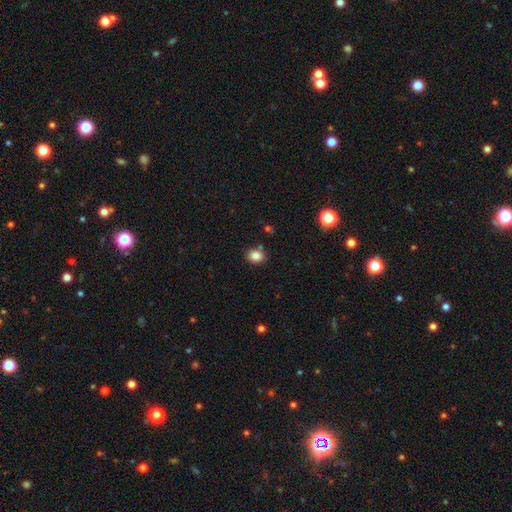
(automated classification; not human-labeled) A smooth galaxy with no disk features (84%) that is round (51%).

Vote fractions:
- Smooth or featured? smooth: 84% / star or artifact: 11% / featured or disk: 5%
- How rounded? round: 51% / in between: 49% / cigar-shaped: 1%
- Merging? none: 80% / minor disturbance: 11% / merger: 6% / major disturbance: 3%